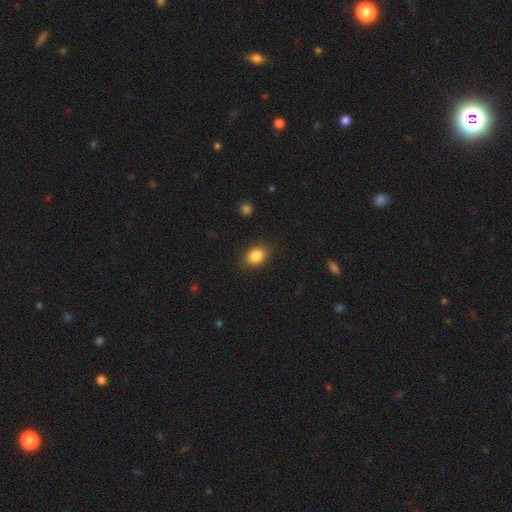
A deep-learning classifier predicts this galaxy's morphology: A smooth galaxy with no disk features (85%) that is in between round and cigar-shaped (69%).

Vote fractions:
- Smooth or featured? smooth: 85% / star or artifact: 9% / featured or disk: 6%
- How rounded? in between: 69% / round: 30% / cigar-shaped: 1%
- Merging? none: 86% / minor disturbance: 10% / major disturbance: 3% / merger: 1%